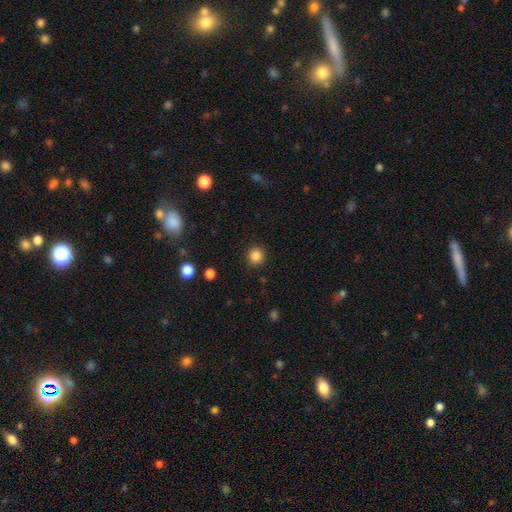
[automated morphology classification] smooth-or-featured: smooth: 85% | star or artifact: 11% | featured or disk: 4%
  how-rounded: round: 94% | in between: 5% | cigar-shaped: 1%
  merging: none: 91% | minor disturbance: 6% | major disturbance: 2% | merger: 1%